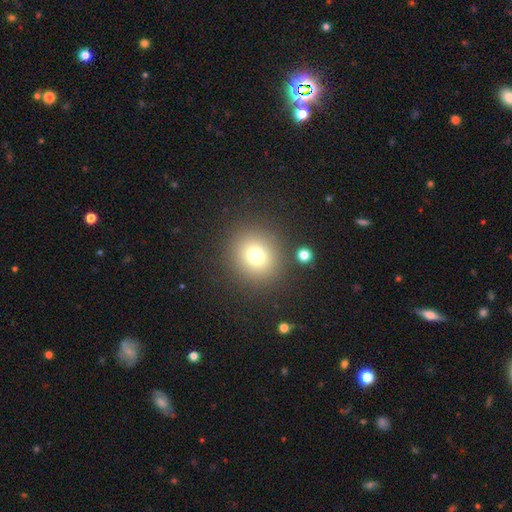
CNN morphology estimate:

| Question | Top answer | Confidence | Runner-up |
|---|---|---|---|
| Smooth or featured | smooth | 74% | star or artifact (16%) |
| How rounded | round | 89% | in between (10%) |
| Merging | none | 86% | minor disturbance (7%) |